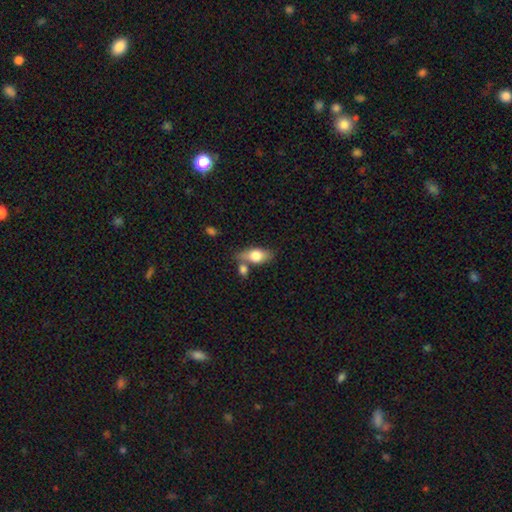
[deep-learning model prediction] This is likely a smooth galaxy (71%). How rounded: clearly in between (81%). Merging: possibly none (57%).